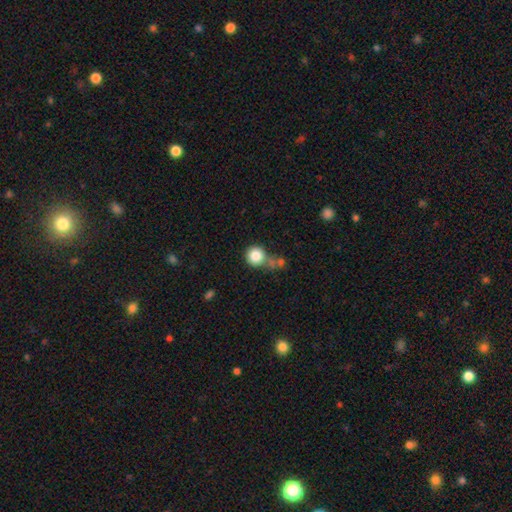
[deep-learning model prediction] Q: Smooth or featured?
A: smooth (83%); runner-up: star or artifact (9%)
Q: How rounded?
A: round (92%); runner-up: in between (7%)
Q: Merging?
A: none (52%); runner-up: merger (24%)